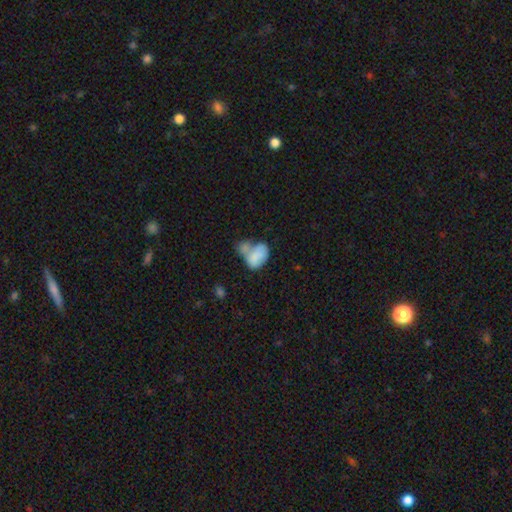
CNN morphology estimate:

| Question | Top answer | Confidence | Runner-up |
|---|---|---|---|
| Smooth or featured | smooth | 73% | featured or disk (19%) |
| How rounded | in between | 84% | round (14%) |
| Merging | merger | 57% | none (17%) |